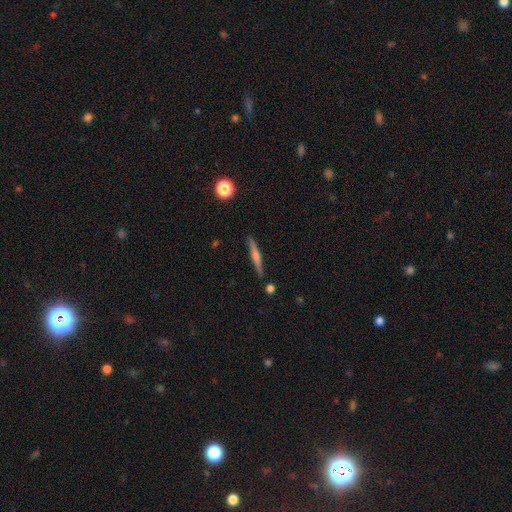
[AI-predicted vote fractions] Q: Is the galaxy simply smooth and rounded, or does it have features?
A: featured or disk — 64%.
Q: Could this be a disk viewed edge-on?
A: yes — 97%.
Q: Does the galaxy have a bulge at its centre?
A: rounded — 73%.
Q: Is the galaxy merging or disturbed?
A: none — 89%.